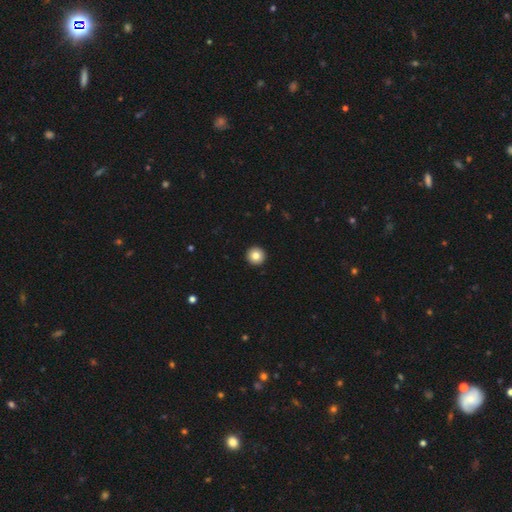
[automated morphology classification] Smooth or featured: smooth — 83% (star or artifact — 9%)
How rounded: round — 96% (in between — 3%)
Merging: none — 95% (minor disturbance — 3%)